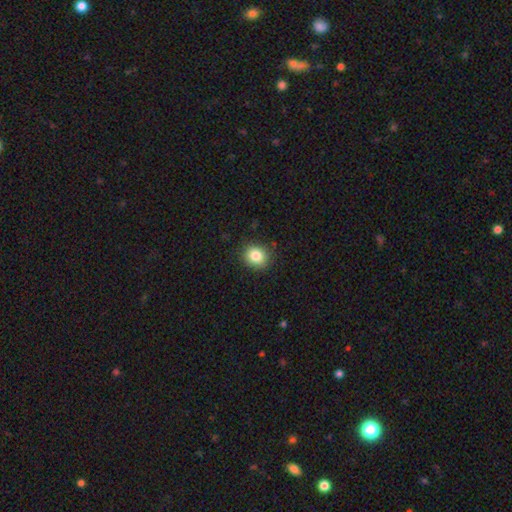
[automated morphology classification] smooth 83%, star or artifact 10%, featured or disk 6%. Down the decision tree: how rounded — round (74%); merging — none (87%).